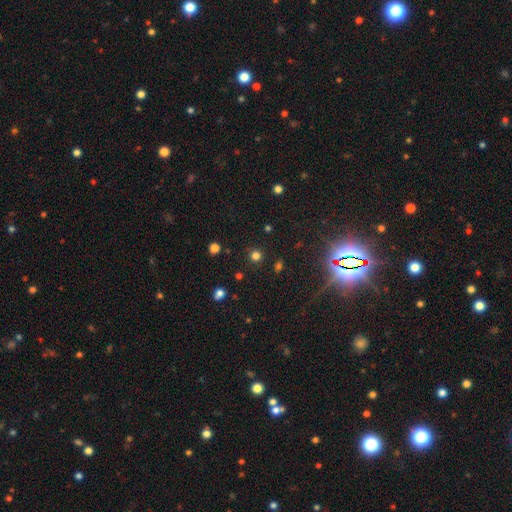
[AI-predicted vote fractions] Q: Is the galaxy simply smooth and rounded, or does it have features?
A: smooth — 73%.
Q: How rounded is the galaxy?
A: round — 93%.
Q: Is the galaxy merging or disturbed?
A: none — 89%.